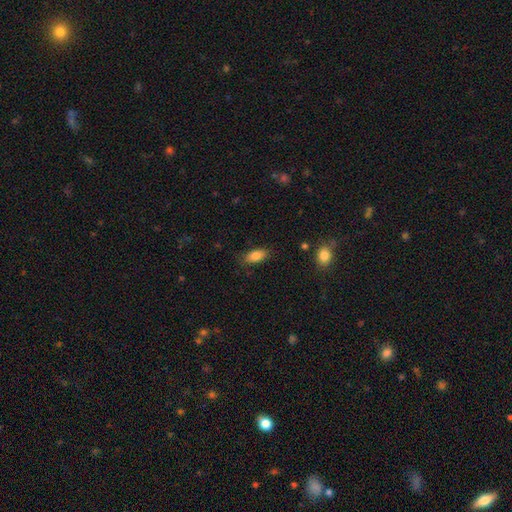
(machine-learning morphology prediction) Smooth or featured? smooth (84%)
How rounded? in between (86%)
Merging? none (80%)